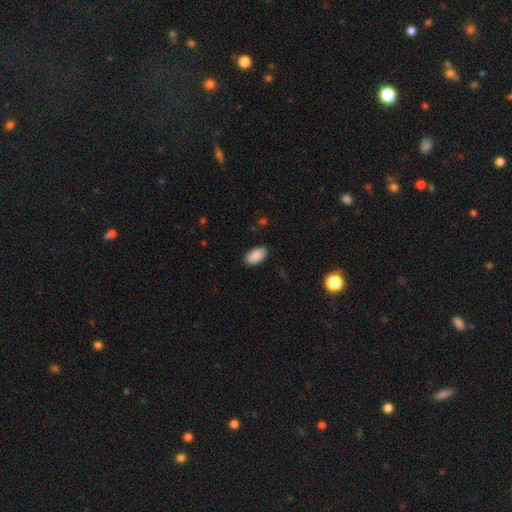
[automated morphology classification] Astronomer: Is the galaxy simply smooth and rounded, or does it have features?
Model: smooth — 90%.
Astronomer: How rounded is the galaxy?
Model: in between — 95%.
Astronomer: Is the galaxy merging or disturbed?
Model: none — 88%.